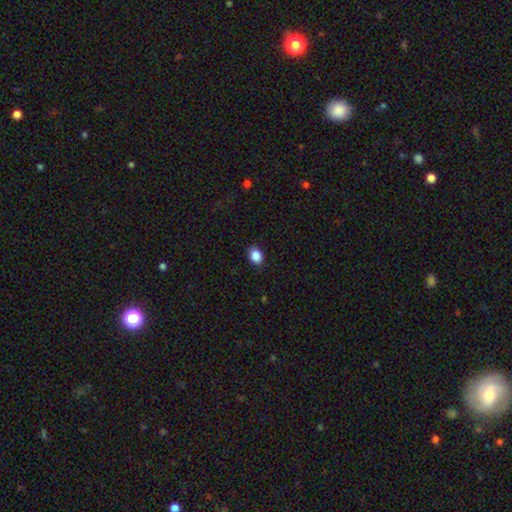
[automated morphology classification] type=smooth (87%); roundness=in between (63%); merging=none (86%).